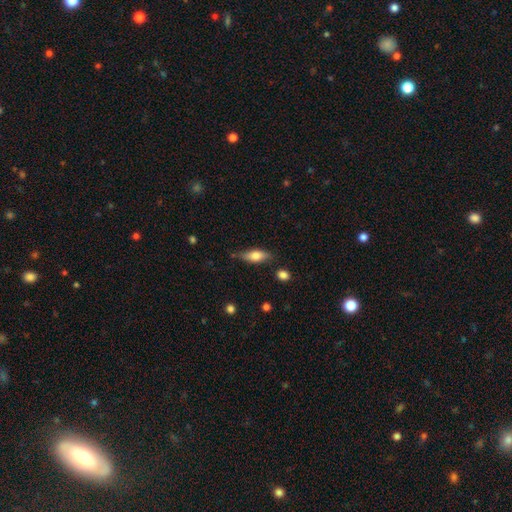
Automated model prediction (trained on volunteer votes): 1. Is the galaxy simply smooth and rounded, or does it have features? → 67% smooth, 26% featured or disk, 7% star or artifact.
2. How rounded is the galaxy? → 71% in between, 26% cigar-shaped, 3% round.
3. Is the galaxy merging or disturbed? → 71% none, 21% minor disturbance, 4% major disturbance, 4% merger.